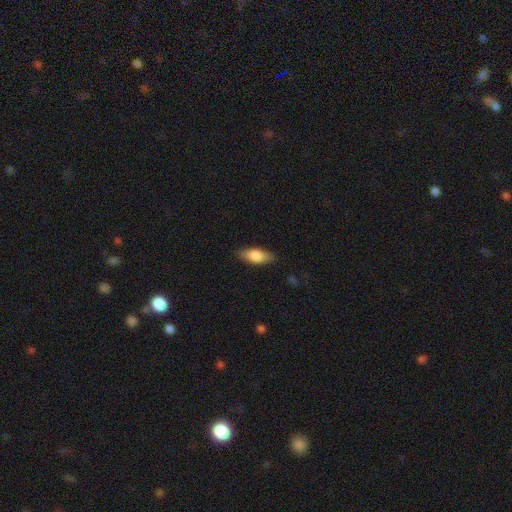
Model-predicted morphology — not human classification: type=smooth (81%); roundness=in between (78%); merging=none (85%).